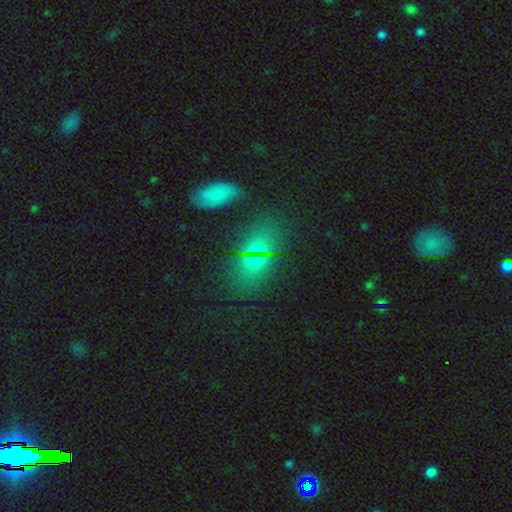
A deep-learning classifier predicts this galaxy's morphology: Overall: smooth (54%; star or artifact 29%). How rounded: in between (74%). Merging: none (66%).